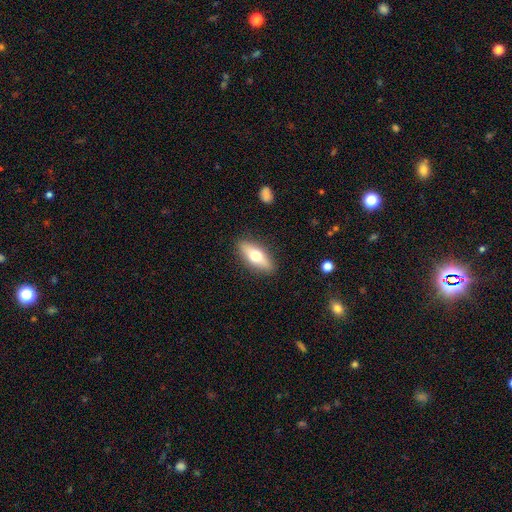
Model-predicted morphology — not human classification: smooth_or_featured: smooth (p=0.59) [alt: featured or disk p=0.34]
how_rounded: in between (p=0.63) [alt: cigar-shaped p=0.33]
merging: none (p=0.88) [alt: minor disturbance p=0.09]